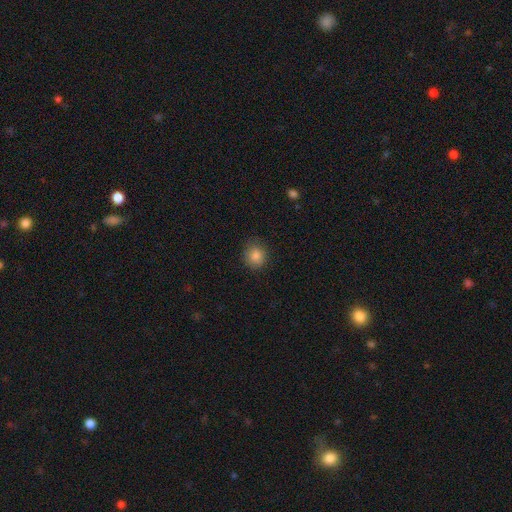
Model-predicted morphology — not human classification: smooth-or-featured: smooth: 85% | star or artifact: 10% | featured or disk: 5%
  how-rounded: round: 79% | in between: 20% | cigar-shaped: 1%
  merging: none: 82% | minor disturbance: 14% | major disturbance: 3% | merger: 1%